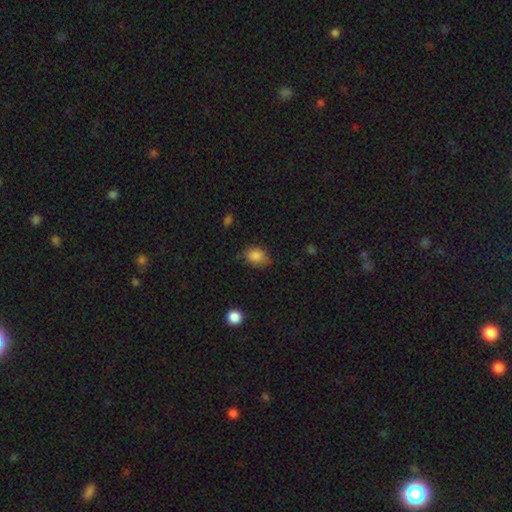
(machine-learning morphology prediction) smooth 85%, star or artifact 9%, featured or disk 6%. Down the decision tree: how rounded — in between (69%); merging — none (64%).